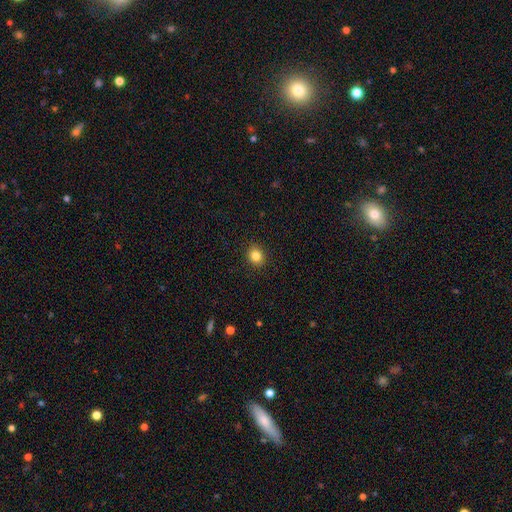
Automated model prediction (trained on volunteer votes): smooth 83%, star or artifact 11%, featured or disk 6%. Down the decision tree: how rounded — round (72%); merging — none (91%).